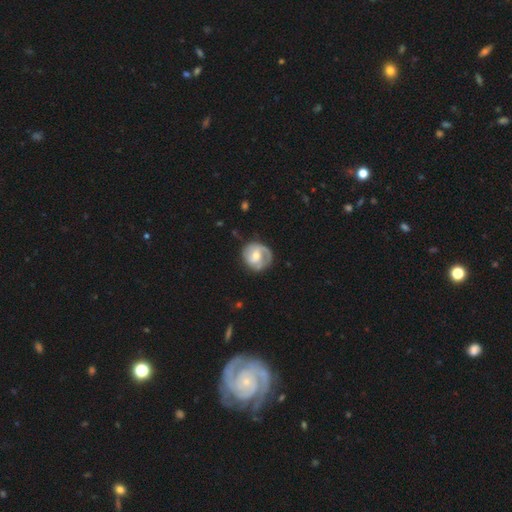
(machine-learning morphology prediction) This is likely a featured or disk galaxy (70%). It is clearly not viewed edge-on (98%). Bar: marginally no (45%). Spiral arm pattern: clearly yes (88%). Spiral arm count: possibly 2 (53%). Spiral winding: marginally medium (40%). Central bulge: possibly moderate (60%). Merging: likely none (68%).